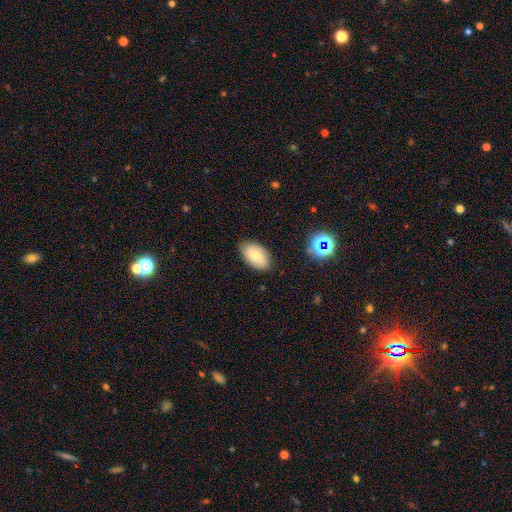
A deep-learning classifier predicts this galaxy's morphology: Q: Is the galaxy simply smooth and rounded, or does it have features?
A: smooth — 70%.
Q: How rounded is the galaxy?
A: in between — 93%.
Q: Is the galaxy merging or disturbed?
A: none — 84%.